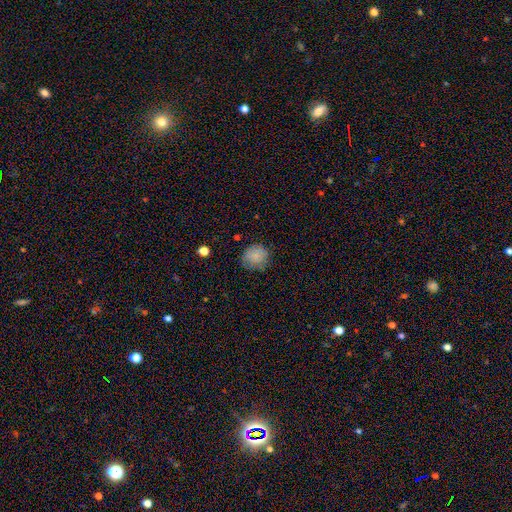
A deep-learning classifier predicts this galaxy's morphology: The model was most divided on "merging": none: 73%, minor disturbance: 20%, major disturbance: 5%, merger: 1%. More confident: smooth or featured — smooth (82%); how rounded — round (82%).